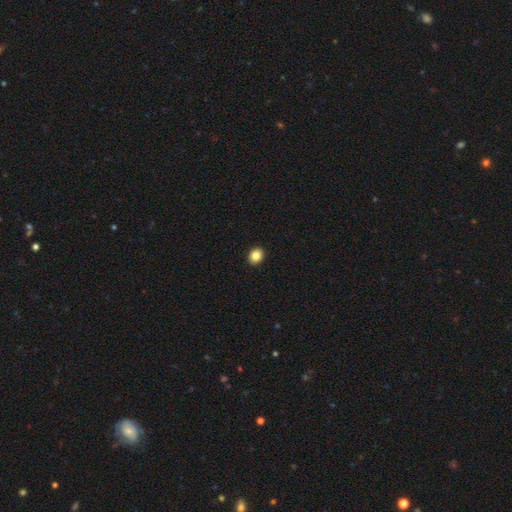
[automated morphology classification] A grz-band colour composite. It shows a smooth galaxy with no disk features (85%) that is round (57%). Merging: none (93%).